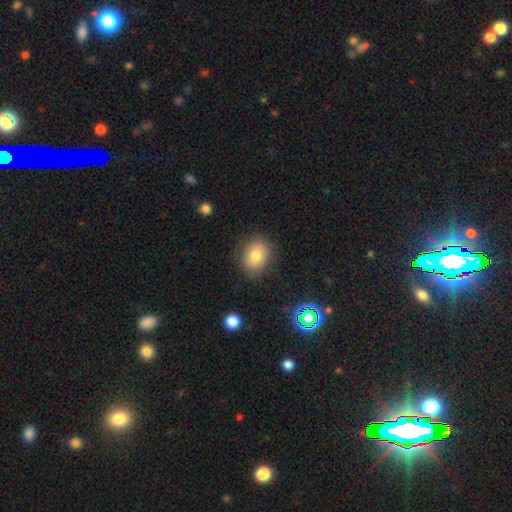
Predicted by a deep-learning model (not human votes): Overall: smooth (79%). How rounded: in between (57%; round 42%). Merging: none (84%).